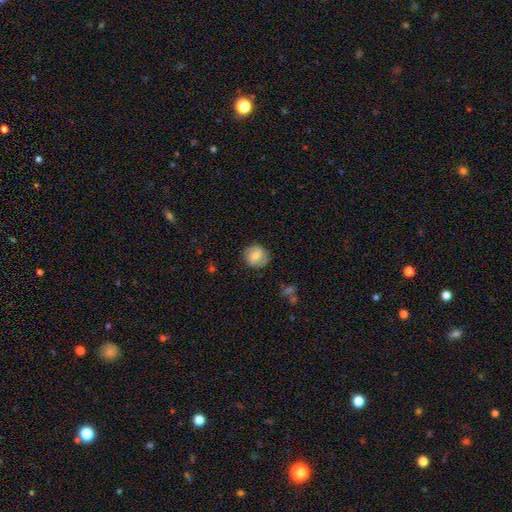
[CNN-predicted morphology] Smooth or featured: smooth — 58% (featured or disk — 34%)
How rounded: round — 82% (in between — 17%)
Merging: none — 80% (minor disturbance — 15%)